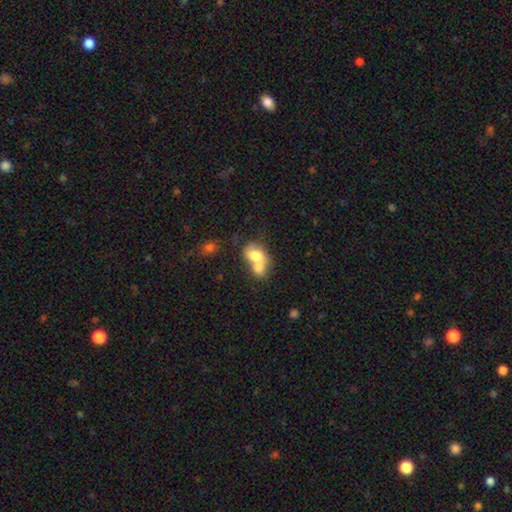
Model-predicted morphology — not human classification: The model was most divided on "how rounded": in between: 59%, round: 40%, cigar-shaped: 2%. More confident: merging — merger (74%); smooth or featured — smooth (68%).